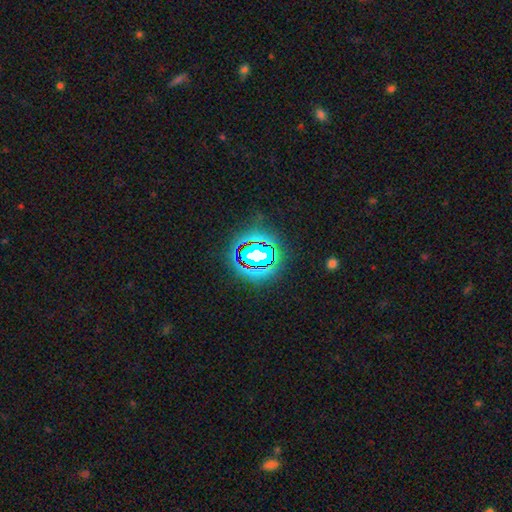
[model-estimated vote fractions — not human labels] A star or artifact, not a galaxy (69%).

Vote fractions:
- Smooth or featured? star or artifact: 69% / smooth: 18% / featured or disk: 13%